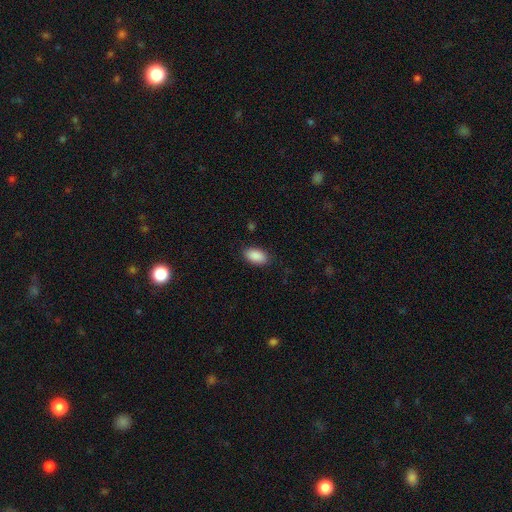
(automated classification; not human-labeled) smooth 90%, star or artifact 7%, featured or disk 3%. Down the decision tree: how rounded — in between (94%); merging — none (87%).